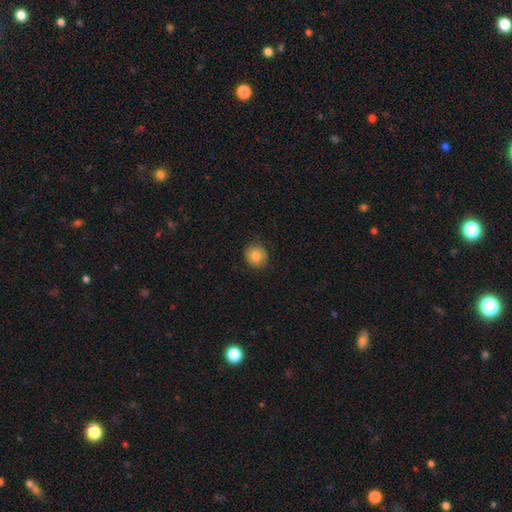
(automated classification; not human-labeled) Morphology: type=smooth (80%); roundness=round (82%); merging=none (83%).